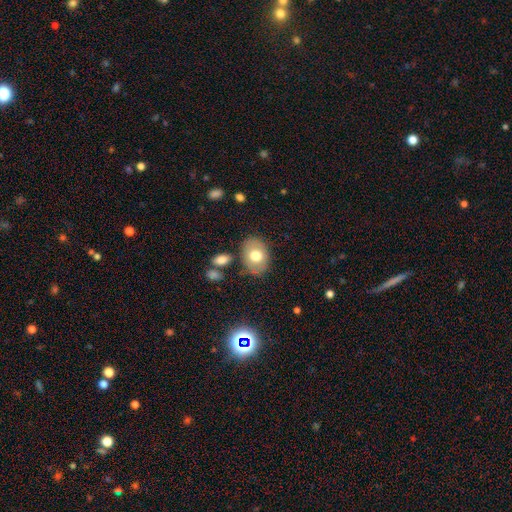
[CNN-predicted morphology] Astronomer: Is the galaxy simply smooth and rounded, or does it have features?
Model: smooth — 69%.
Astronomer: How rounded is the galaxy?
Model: in between — 71%.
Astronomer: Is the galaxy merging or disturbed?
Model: none — 77%.